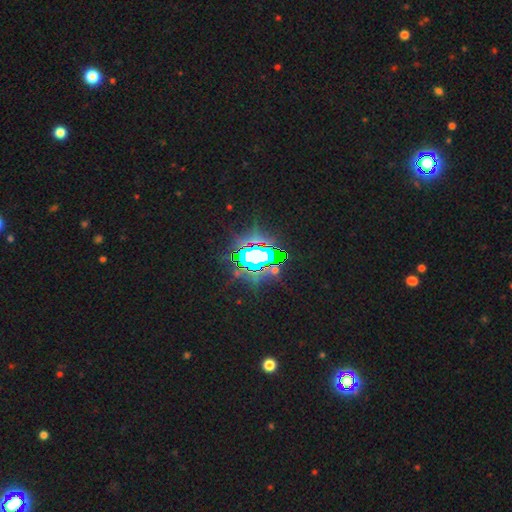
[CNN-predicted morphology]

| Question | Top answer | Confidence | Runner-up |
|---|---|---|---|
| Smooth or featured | star or artifact | 74% | smooth (13%) |